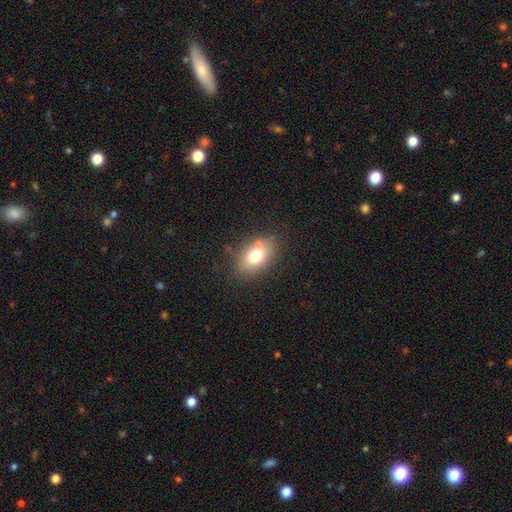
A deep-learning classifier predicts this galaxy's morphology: Smooth or featured: smooth — 72% (featured or disk — 17%)
How rounded: in between — 83% (round — 15%)
Merging: none — 72% (minor disturbance — 14%)